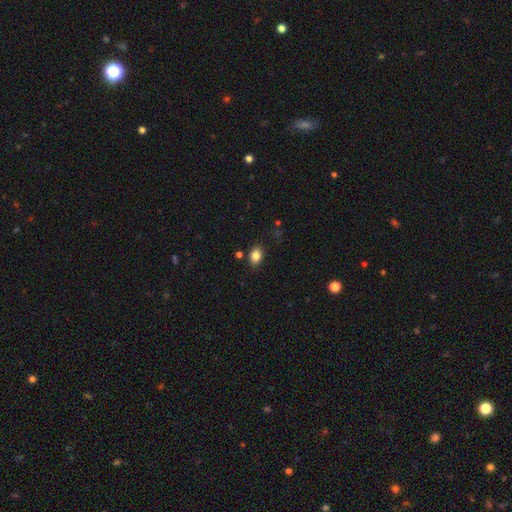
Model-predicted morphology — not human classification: Overall: smooth (84%). How rounded: in between (70%). Merging: none (82%).